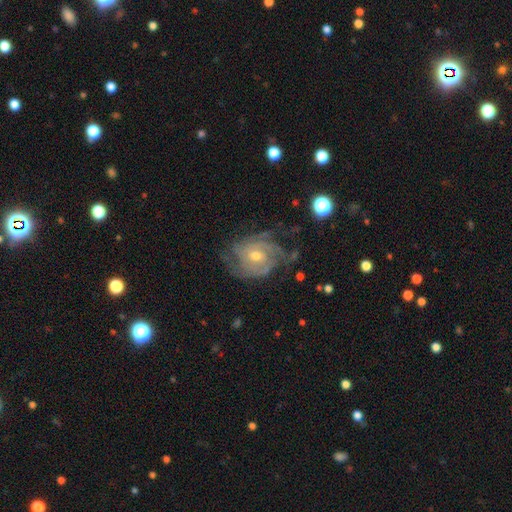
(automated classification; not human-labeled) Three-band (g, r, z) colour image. It shows a featured or disk galaxy (85%) with no bar (69%), tight (60%) spiral arms (94%) and a moderate central bulge (53%). Merging: none (64%).